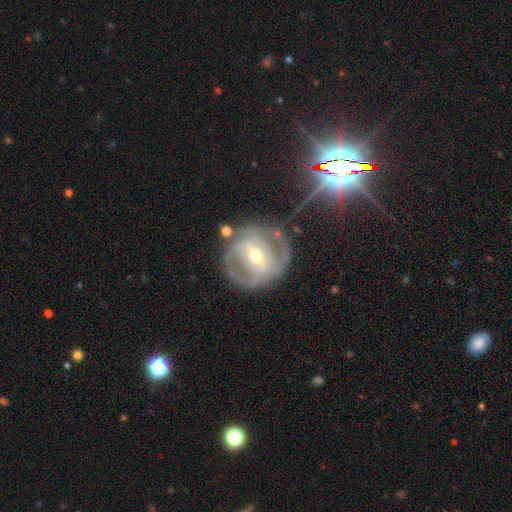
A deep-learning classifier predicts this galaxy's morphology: This is clearly a featured or disk galaxy (82%). It is clearly not viewed edge-on (96%). Bar: marginally strong (44%). Spiral arm pattern: clearly yes (86%). Spiral arm count: possibly 2 (56%). Spiral winding: possibly tight (52%). Central bulge: possibly moderate (57%). Merging: likely none (72%).